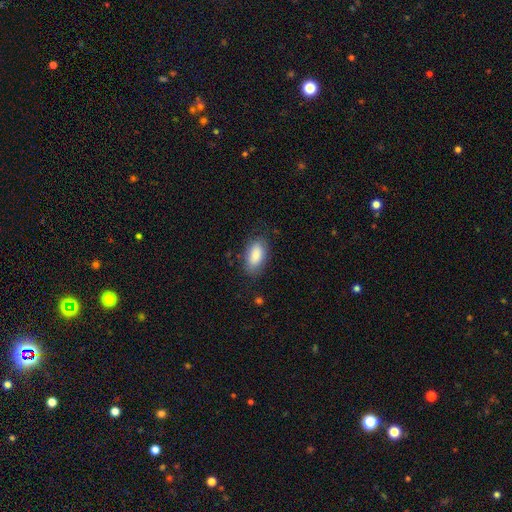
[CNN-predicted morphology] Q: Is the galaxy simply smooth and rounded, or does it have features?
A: smooth — 86%.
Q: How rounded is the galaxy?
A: in between — 92%.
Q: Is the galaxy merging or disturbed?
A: none — 80%.